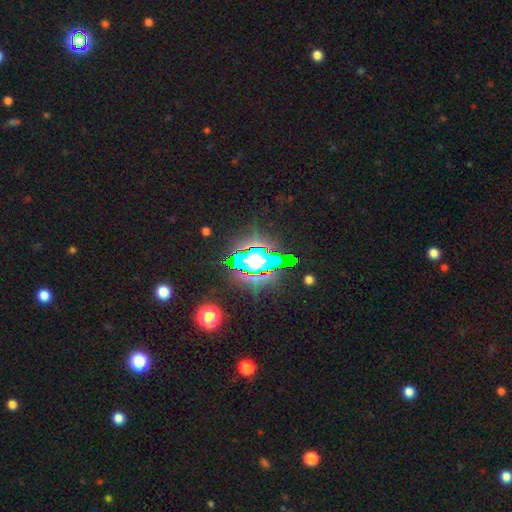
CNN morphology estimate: star or artifact 82%, smooth 9%, featured or disk 9%.